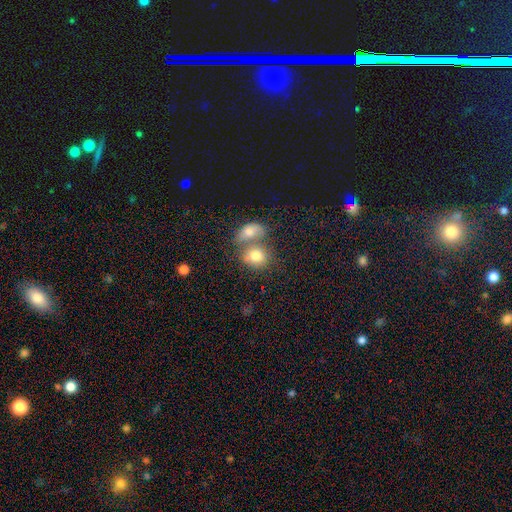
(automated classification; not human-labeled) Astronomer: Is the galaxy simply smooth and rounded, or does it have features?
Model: smooth — 77%.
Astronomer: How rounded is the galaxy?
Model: in between — 51% (runner-up: round, 48%).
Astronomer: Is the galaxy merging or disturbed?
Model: merger — 56%.